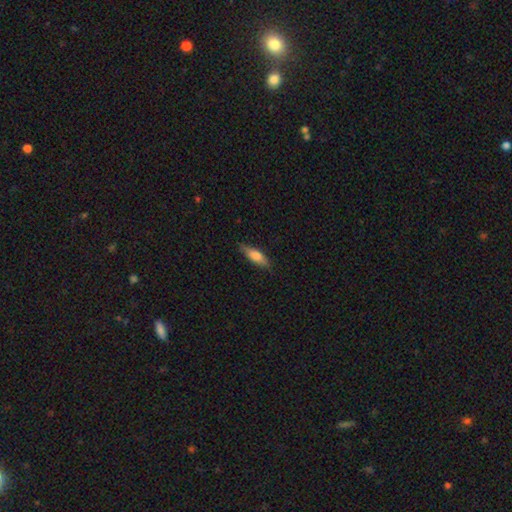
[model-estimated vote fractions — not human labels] A smooth galaxy with no disk features (72%) that is cigar-shaped (51%).

Vote fractions:
- Smooth or featured? smooth: 72% / featured or disk: 22% / star or artifact: 6%
- How rounded? cigar-shaped: 51% / in between: 47% / round: 2%
- Merging? none: 79% / minor disturbance: 17% / major disturbance: 3% / merger: 1%